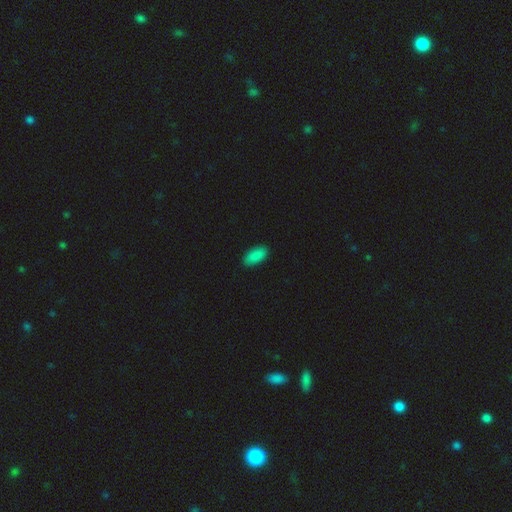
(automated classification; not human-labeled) smooth-or-featured: smooth: 89% | star or artifact: 7% | featured or disk: 3%
  how-rounded: in between: 89% | cigar-shaped: 9% | round: 2%
  merging: none: 89% | minor disturbance: 8% | major disturbance: 2% | merger: 1%